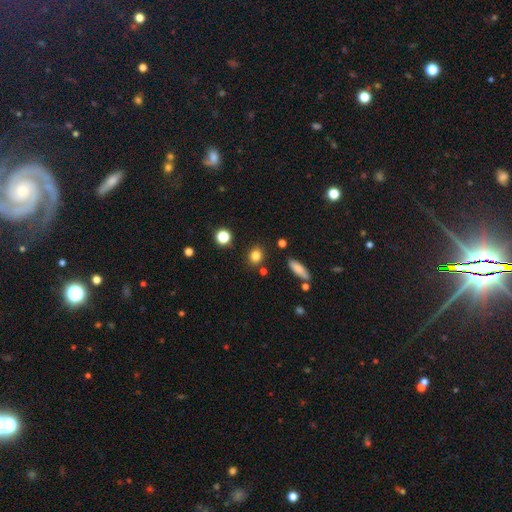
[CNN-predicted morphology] Smooth or featured?
  - smooth: 82% *
  - star or artifact: 12%
  - featured or disk: 6%
How rounded?
  - round: 72% *
  - in between: 25%
  - cigar-shaped: 2%
Merging?
  - none: 86% *
  - minor disturbance: 8%
  - merger: 4%
  - major disturbance: 2%